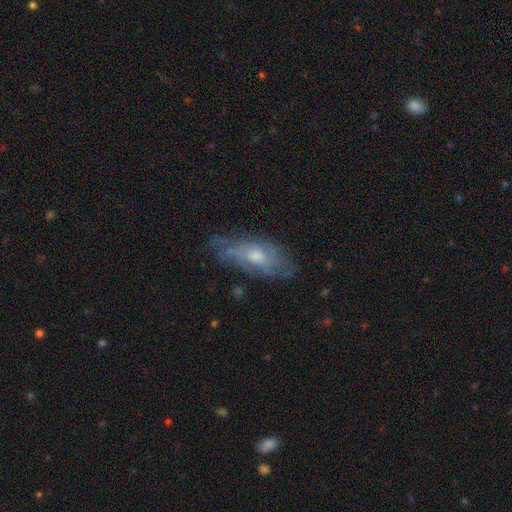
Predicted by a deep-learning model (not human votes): Smooth or featured? featured or disk (62%)
Edge-on disk? no (80%)
Merging? none (68%)